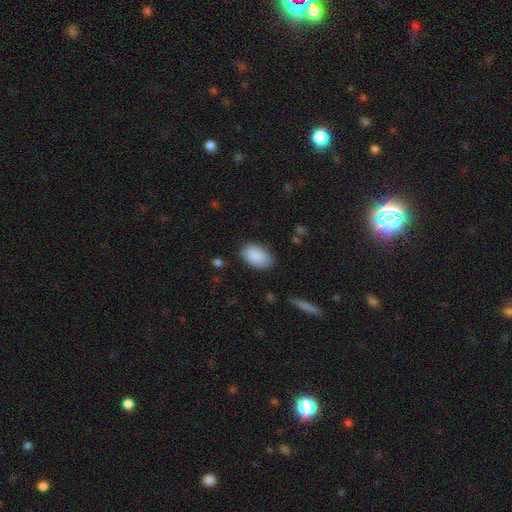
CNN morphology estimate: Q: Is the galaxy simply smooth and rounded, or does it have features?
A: smooth — 90%.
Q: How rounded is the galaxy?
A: in between — 93%.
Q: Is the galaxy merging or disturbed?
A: none — 82%.